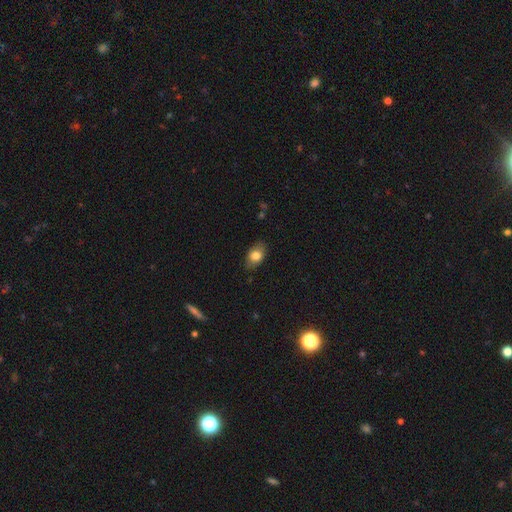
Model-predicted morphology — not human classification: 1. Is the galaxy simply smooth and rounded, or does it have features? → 79% smooth, 14% featured or disk, 8% star or artifact.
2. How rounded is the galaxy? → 84% in between, 14% round, 2% cigar-shaped.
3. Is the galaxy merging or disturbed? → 81% none, 15% minor disturbance, 3% major disturbance, 1% merger.